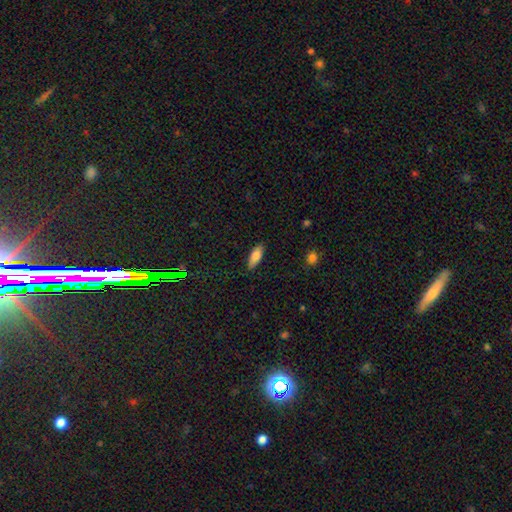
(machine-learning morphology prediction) Smooth or featured: smooth — 79% (featured or disk — 14%)
How rounded: in between — 70% (cigar-shaped — 28%)
Merging: none — 84% (minor disturbance — 12%)